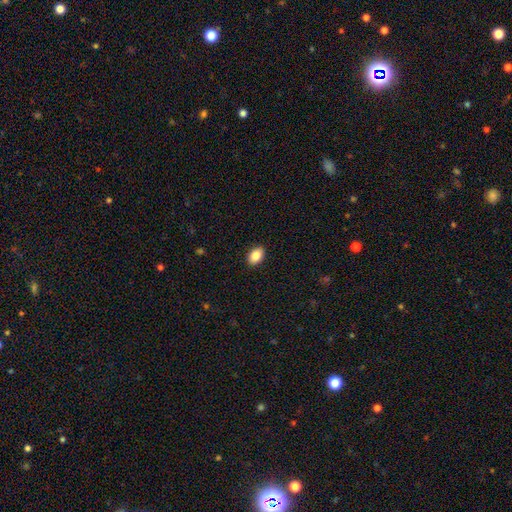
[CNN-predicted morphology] smooth_or_featured: smooth (p=0.87) [alt: star or artifact p=0.08]
how_rounded: in between (p=0.87) [alt: round p=0.12]
merging: none (p=0.90) [alt: minor disturbance p=0.07]